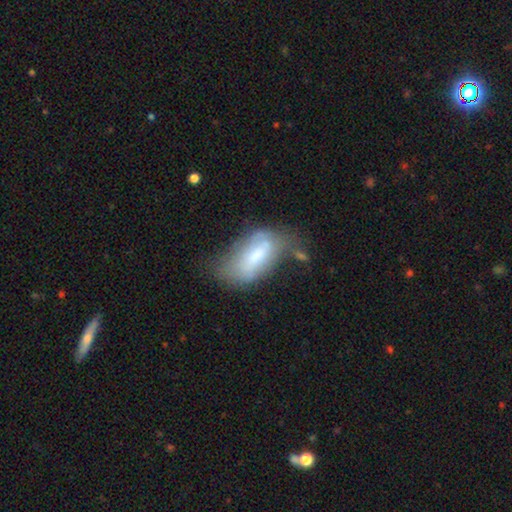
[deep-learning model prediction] Overall: smooth (56%; featured or disk 36%). How rounded: in between (88%). Merging: none (33%; minor disturbance 32%).